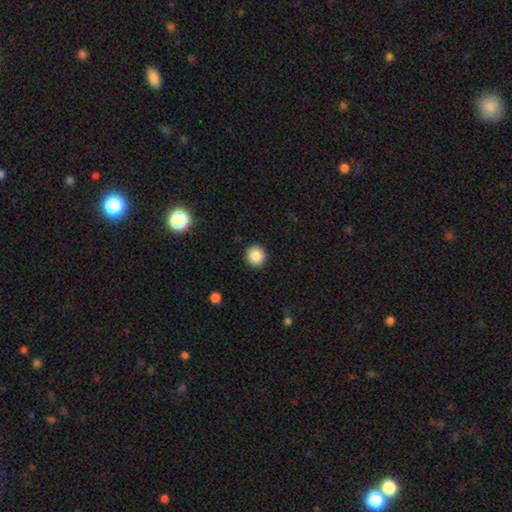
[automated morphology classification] smooth_or_featured: smooth (p=0.87) [alt: star or artifact p=0.10]
how_rounded: round (p=0.92) [alt: in between p=0.07]
merging: none (p=0.92) [alt: minor disturbance p=0.05]